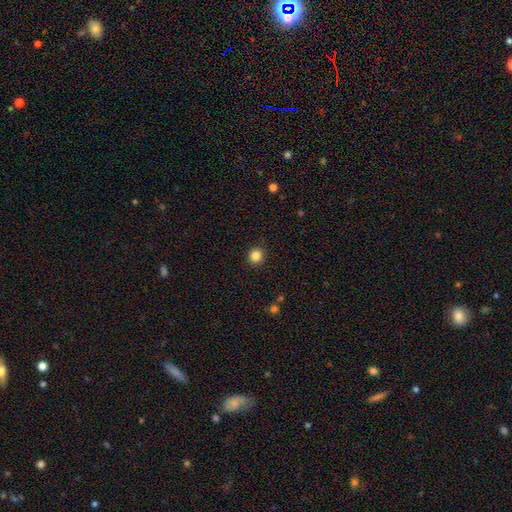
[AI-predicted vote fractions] A smooth galaxy with no disk features (85%) that is round (92%).

Vote fractions:
- Smooth or featured? smooth: 85% / star or artifact: 11% / featured or disk: 4%
- How rounded? round: 92% / in between: 7% / cigar-shaped: 1%
- Merging? none: 91% / minor disturbance: 6% / major disturbance: 2% / merger: 1%